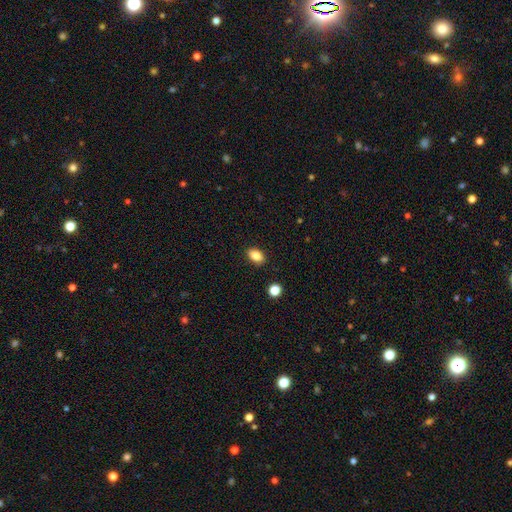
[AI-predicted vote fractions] Overall: smooth (85%). How rounded: in between (86%). Merging: none (89%).